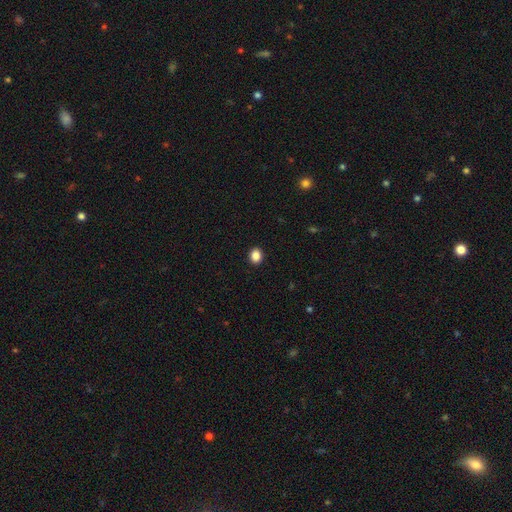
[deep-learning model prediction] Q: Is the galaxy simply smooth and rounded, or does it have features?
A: smooth — 87%.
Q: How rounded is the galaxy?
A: round — 55%.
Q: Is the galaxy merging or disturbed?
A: none — 92%.